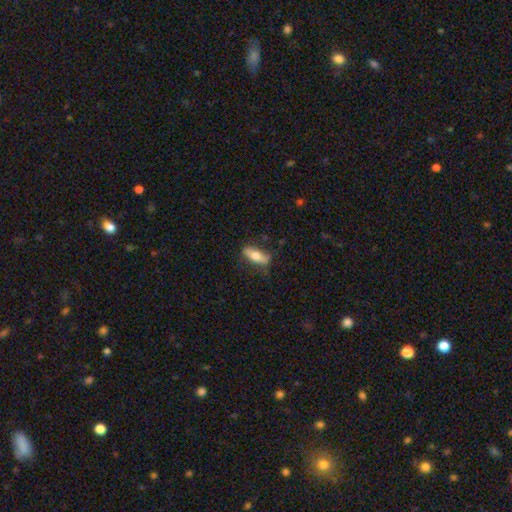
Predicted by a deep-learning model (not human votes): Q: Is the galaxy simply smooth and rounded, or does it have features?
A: smooth — 63%.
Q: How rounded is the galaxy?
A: in between — 60%.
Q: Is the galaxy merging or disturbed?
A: none — 72%.